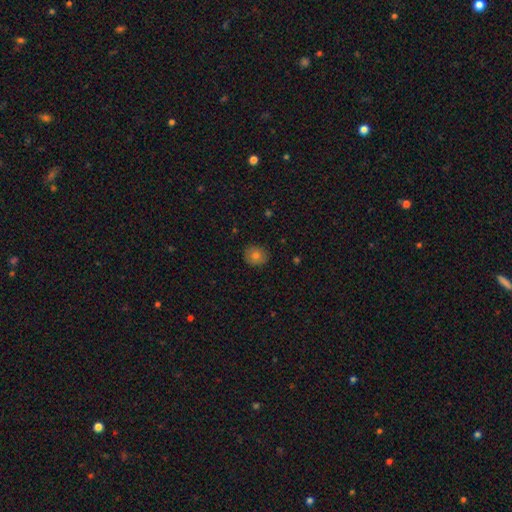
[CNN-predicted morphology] smooth-or-featured: smooth: 77% | star or artifact: 12% | featured or disk: 12%
  how-rounded: round: 81% | in between: 18% | cigar-shaped: 1%
  merging: none: 88% | minor disturbance: 9% | major disturbance: 2% | merger: 1%